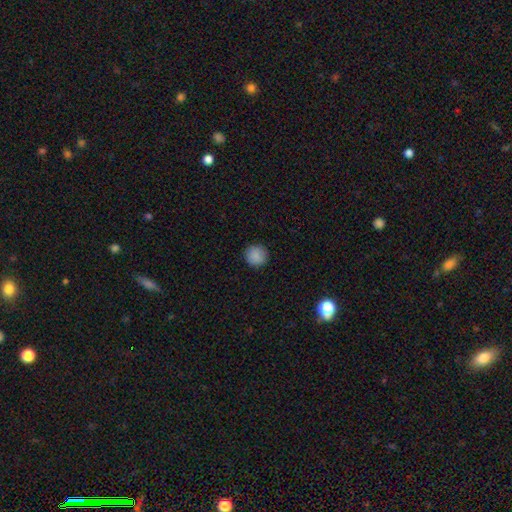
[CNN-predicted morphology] Overall: smooth (88%). How rounded: round (94%). Merging: none (91%).